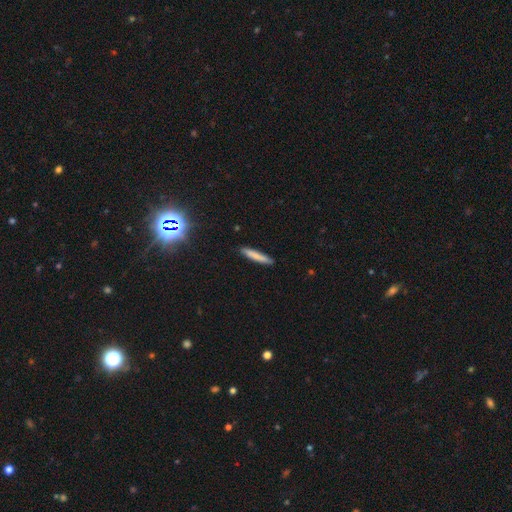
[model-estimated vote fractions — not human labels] The model was most divided on "smooth or featured": smooth: 77%, featured or disk: 17%, star or artifact: 7%. More confident: how rounded — cigar-shaped (93%); merging — none (88%).